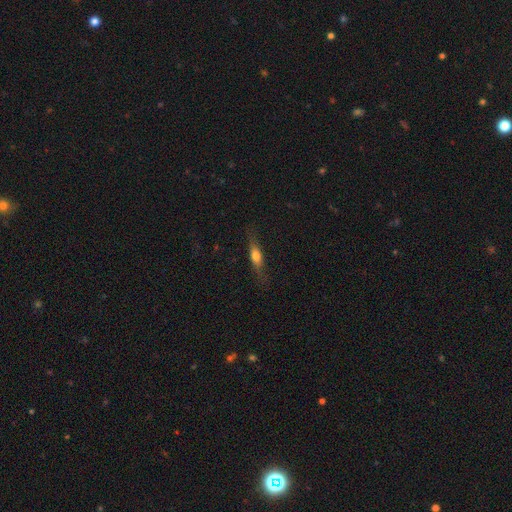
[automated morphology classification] The model was most divided on "smooth or featured": smooth: 57%, featured or disk: 36%, star or artifact: 8%. More confident: merging — none (76%); how rounded — cigar-shaped (62%).